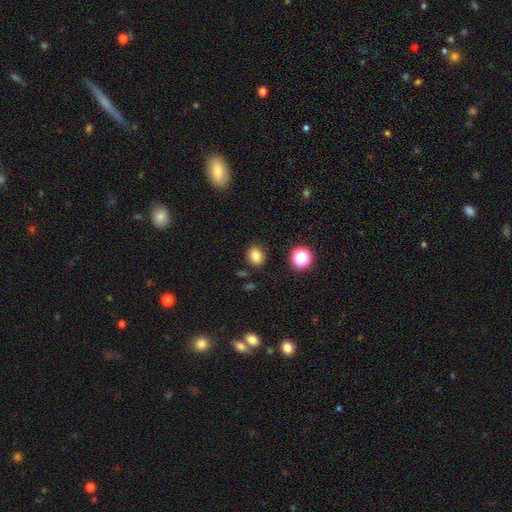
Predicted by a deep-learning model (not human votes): This is clearly a smooth galaxy (82%). How rounded: possibly round (58%). Merging: clearly none (86%).